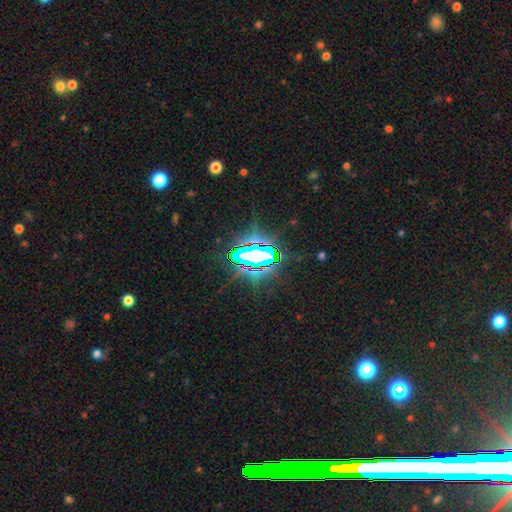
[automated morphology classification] smooth_or_featured: star or artifact (p=0.77) [alt: featured or disk p=0.12]